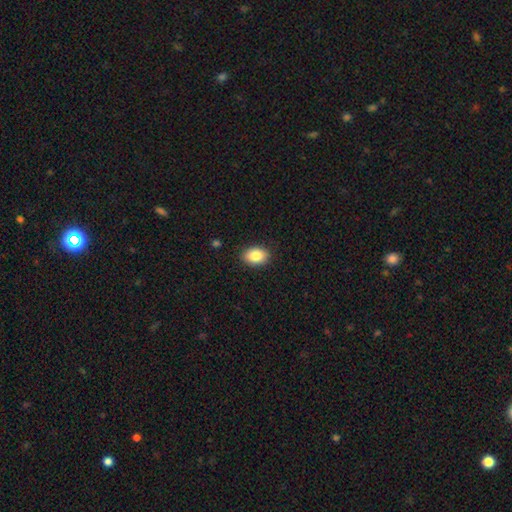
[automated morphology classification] Q: Smooth or featured?
A: smooth (86%); runner-up: star or artifact (8%)
Q: How rounded?
A: in between (84%); runner-up: round (15%)
Q: Merging?
A: none (89%); runner-up: minor disturbance (8%)